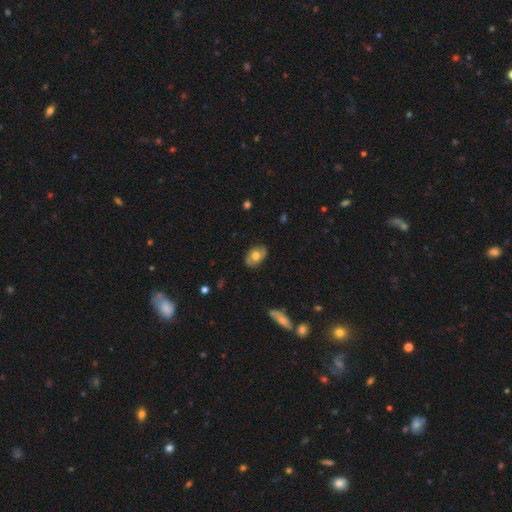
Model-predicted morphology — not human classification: A smooth galaxy with no disk features (56%) that is in between round and cigar-shaped (78%).

Vote fractions:
- Smooth or featured? smooth: 56% / featured or disk: 37% / star or artifact: 8%
- How rounded? in between: 78% / round: 21% / cigar-shaped: 2%
- Merging? none: 80% / minor disturbance: 16% / major disturbance: 3% / merger: 1%